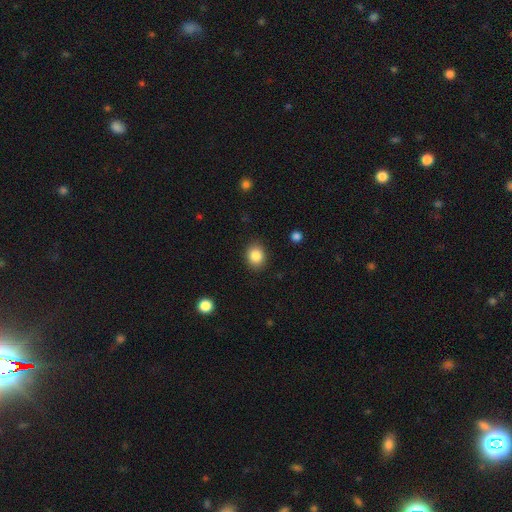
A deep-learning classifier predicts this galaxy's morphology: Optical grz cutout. It shows a smooth galaxy with no disk features (86%) that is round (66%). Merging: none (88%).